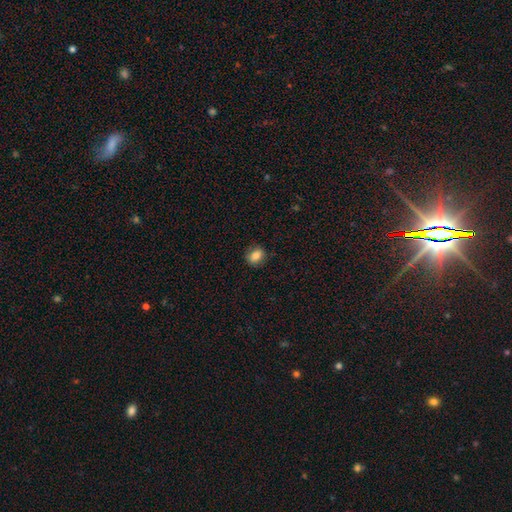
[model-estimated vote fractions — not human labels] Overall: smooth (83%). How rounded: in between (56%; round 42%). Merging: none (84%).